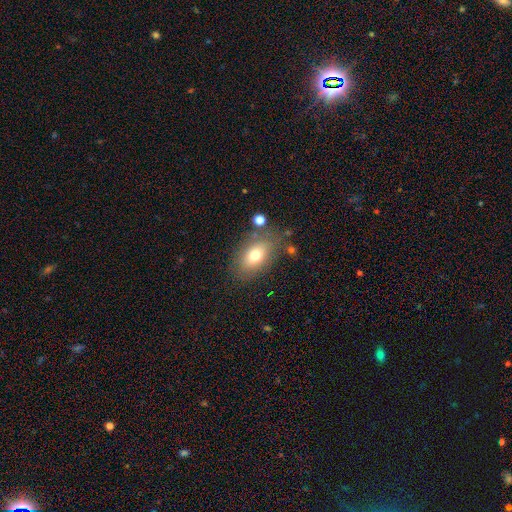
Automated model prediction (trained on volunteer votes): smooth-or-featured: smooth: 72% | featured or disk: 18% | star or artifact: 10%
  how-rounded: in between: 84% | round: 13% | cigar-shaped: 2%
  merging: none: 75% | minor disturbance: 14% | major disturbance: 5% | merger: 5%